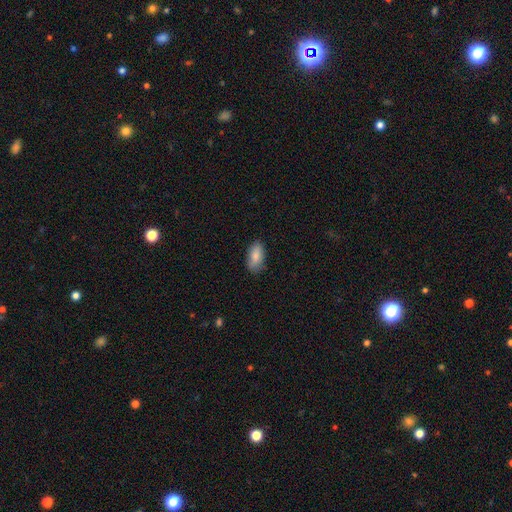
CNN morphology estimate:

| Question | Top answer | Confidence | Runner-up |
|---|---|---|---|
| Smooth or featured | smooth | 86% | featured or disk (8%) |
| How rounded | in between | 90% | cigar-shaped (7%) |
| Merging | none | 81% | minor disturbance (15%) |